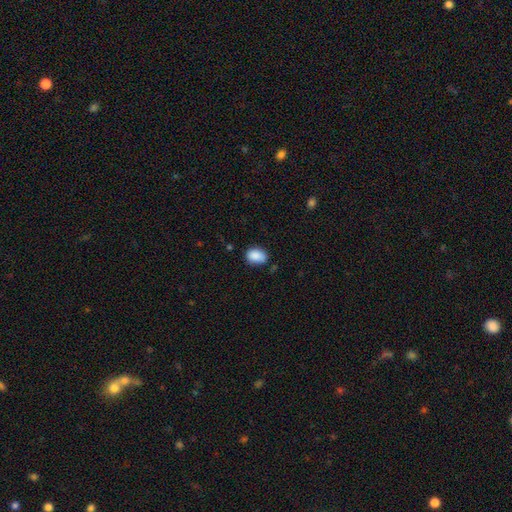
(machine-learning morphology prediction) This is clearly a smooth galaxy (89%). How rounded: clearly in between (80%). Merging: likely none (74%).